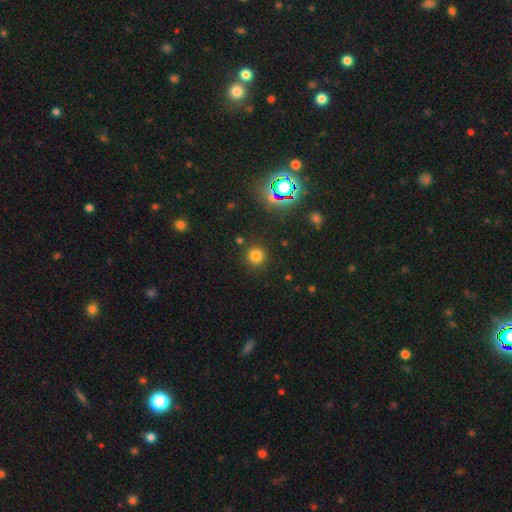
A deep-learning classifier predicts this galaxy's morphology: This is likely a smooth galaxy (75%). How rounded: clearly round (94%). Merging: clearly none (88%).